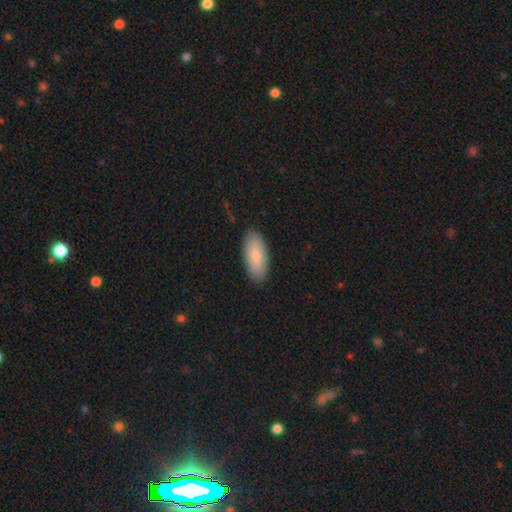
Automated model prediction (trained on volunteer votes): smooth_or_featured: smooth (p=0.82) [alt: featured or disk p=0.12]
how_rounded: in between (p=0.88) [alt: cigar-shaped p=0.10]
merging: none (p=0.88) [alt: minor disturbance p=0.09]